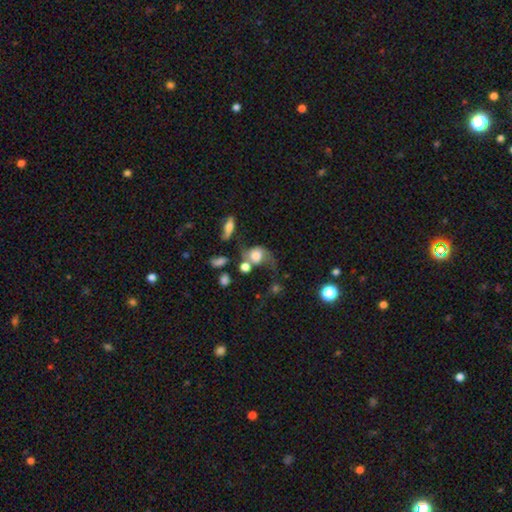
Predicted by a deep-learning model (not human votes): This is marginally a featured or disk galaxy (45%, tied with smooth). Merging: marginally major disturbance (31%).